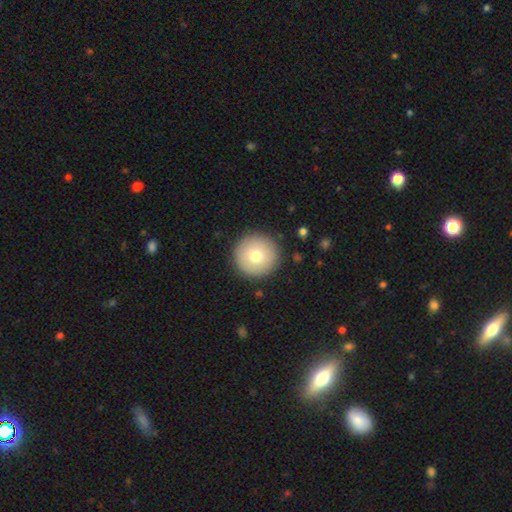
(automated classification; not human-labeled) This appears to be a smooth galaxy with no disk features (75%) that is round (97%). Merging: none (91%).